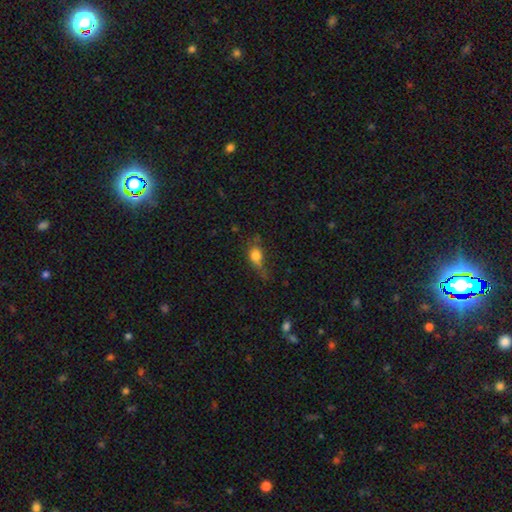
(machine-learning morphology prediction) Smooth or featured? Predicted: smooth (p=0.73). How rounded? Predicted: in between (p=0.60). Merging? Predicted: none (p=0.37).